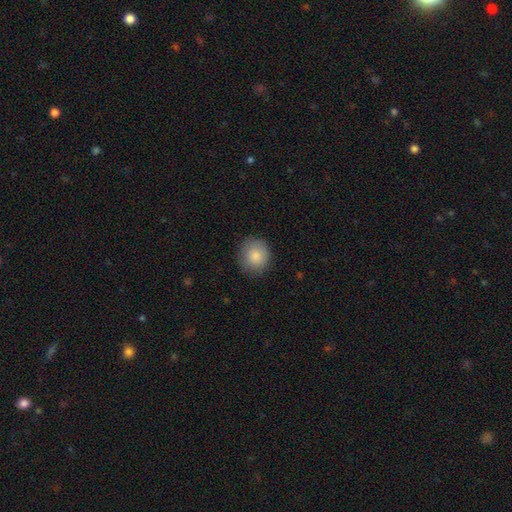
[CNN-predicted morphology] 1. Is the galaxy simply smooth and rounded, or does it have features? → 85% smooth, 8% star or artifact, 7% featured or disk.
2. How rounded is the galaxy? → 80% round, 19% in between, 1% cigar-shaped.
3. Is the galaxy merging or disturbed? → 83% none, 13% minor disturbance, 3% major disturbance, 1% merger.